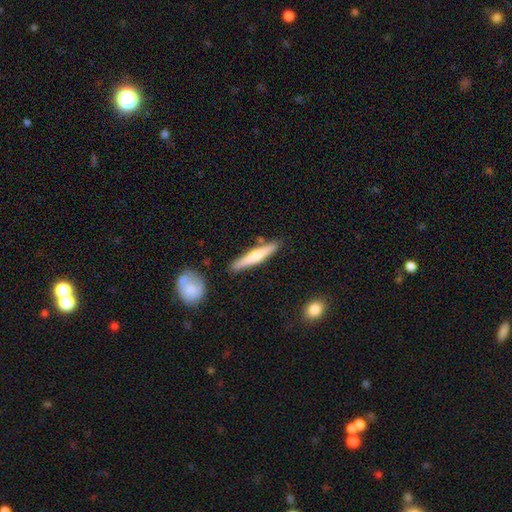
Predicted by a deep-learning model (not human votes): Smooth or featured: smooth — 60% (featured or disk — 35%)
How rounded: cigar-shaped — 91% (in between — 7%)
Merging: none — 84% (minor disturbance — 10%)